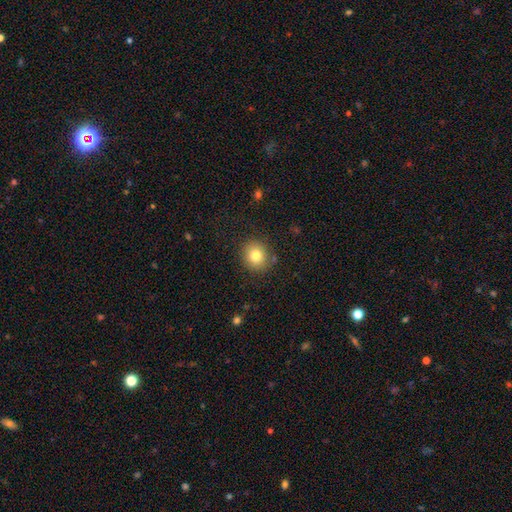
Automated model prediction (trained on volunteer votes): Smooth or featured: smooth — 79% (star or artifact — 11%)
How rounded: round — 84% (in between — 15%)
Merging: none — 87% (minor disturbance — 8%)